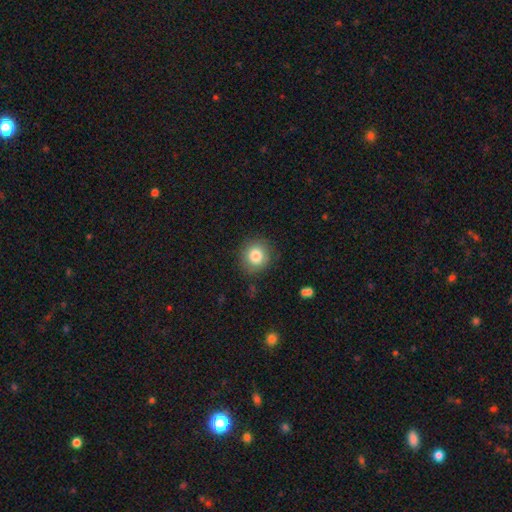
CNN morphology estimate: A smooth galaxy with no disk features (83%) that is round (87%). Merging: none (85%).